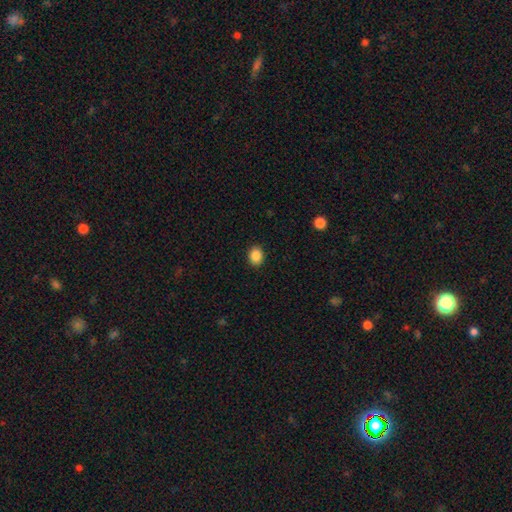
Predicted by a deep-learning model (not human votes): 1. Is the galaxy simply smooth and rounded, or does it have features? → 88% smooth, 9% star or artifact, 3% featured or disk.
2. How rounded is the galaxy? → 54% in between, 45% round, 1% cigar-shaped.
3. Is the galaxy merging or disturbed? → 90% none, 7% minor disturbance, 2% major disturbance, 1% merger.